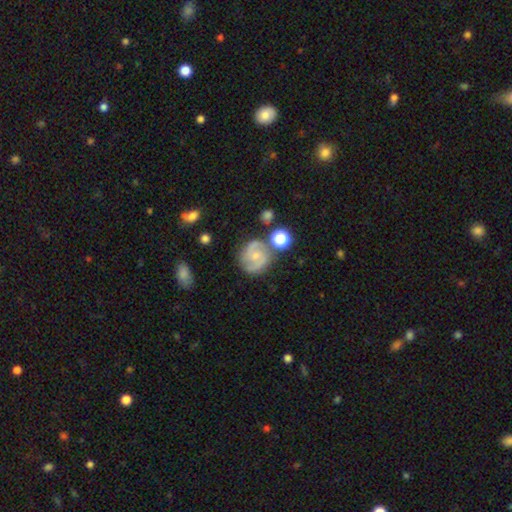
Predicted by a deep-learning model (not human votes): smooth-or-featured: featured or disk: 80% | smooth: 13% | star or artifact: 7%
  disk-edge-on: no: 98% | yes: 2%
    bar: no: 60% | weak: 34% | strong: 6%
    has-spiral-arms: yes: 96% | no: 4%
      spiral-winding: medium: 53% | tight: 32% | loose: 15%
      spiral-arm-count: 2: 88% | can't tell: 4% | 3: 4% | 1: 1% | 4: 1% | more than 4: 1%
    bulge-size: small: 64% | moderate: 26% | none: 8% | large: 2% | dominant: 1%
  merging: none: 75% | minor disturbance: 14% | merger: 6% | major disturbance: 4%